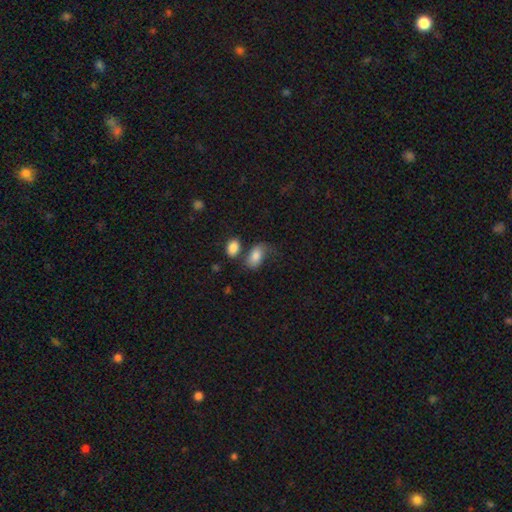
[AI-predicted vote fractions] This is likely a smooth galaxy (79%). How rounded: clearly in between (91%). Merging: marginally none (39%).